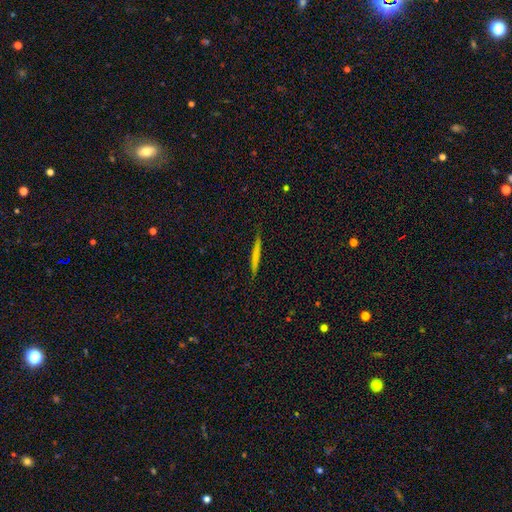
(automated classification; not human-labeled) Overall: smooth (62%; featured or disk 31%). How rounded: cigar-shaped (96%). Merging: none (89%).